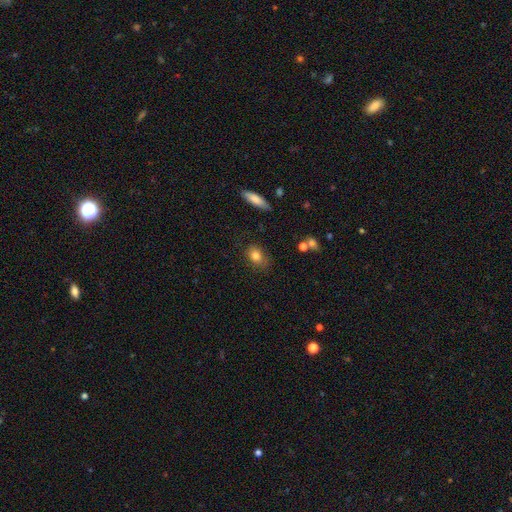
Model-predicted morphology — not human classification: smooth-or-featured: smooth: 80% | featured or disk: 11% | star or artifact: 9%
  how-rounded: in between: 71% | round: 26% | cigar-shaped: 3%
  merging: none: 73% | minor disturbance: 20% | major disturbance: 5% | merger: 2%